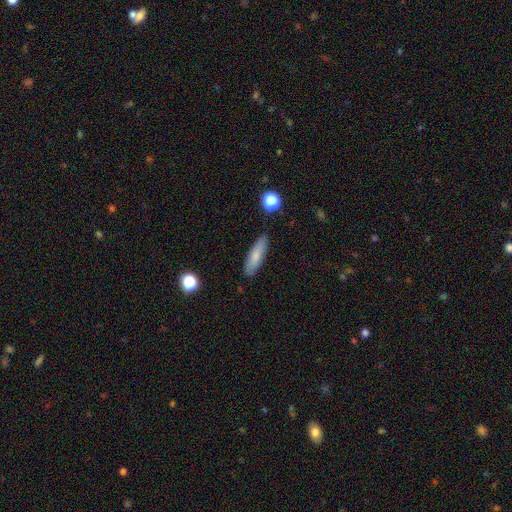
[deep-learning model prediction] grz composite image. It shows a smooth galaxy with no disk features (79%) that is cigar-shaped (58%). Merging: none (83%).